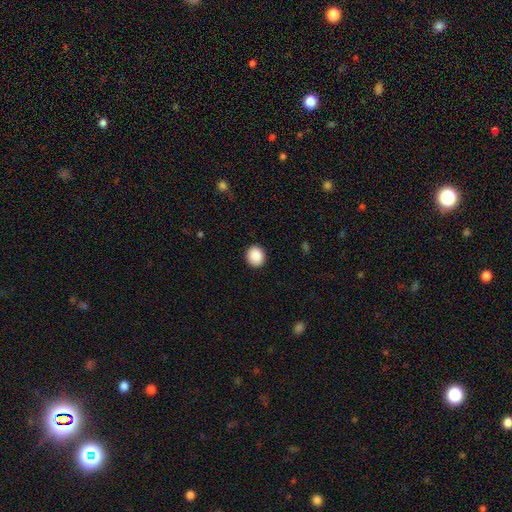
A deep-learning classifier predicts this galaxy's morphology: smooth-or-featured: smooth: 89% | star or artifact: 8% | featured or disk: 3%
  how-rounded: round: 76% | in between: 23% | cigar-shaped: 1%
  merging: none: 91% | minor disturbance: 7% | major disturbance: 2% | merger: 1%